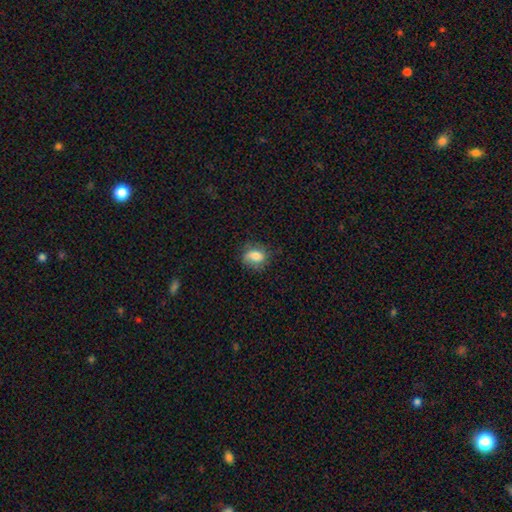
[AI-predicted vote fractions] Smooth or featured? smooth (69%)
How rounded? in between (55%)
Merging? none (69%)